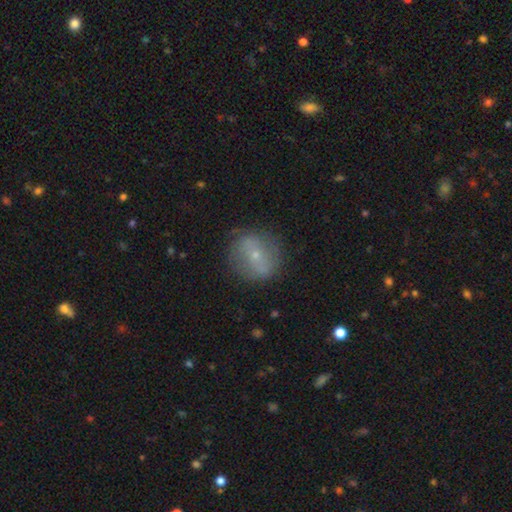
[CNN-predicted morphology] Smooth or featured? featured or disk (45%)
Merging? none (77%)